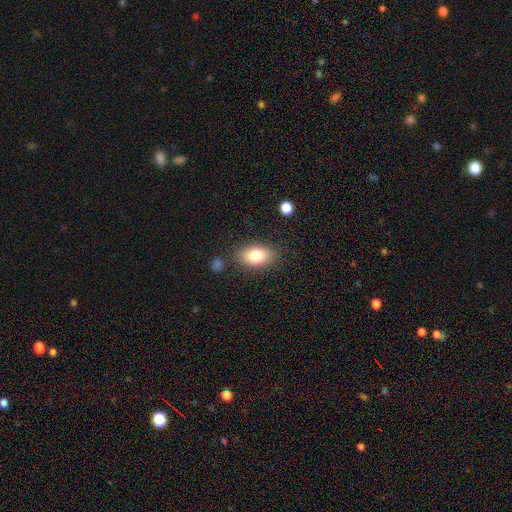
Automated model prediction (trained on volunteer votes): Q: Smooth or featured?
A: smooth (80%); runner-up: featured or disk (12%)
Q: How rounded?
A: in between (88%); runner-up: round (9%)
Q: Merging?
A: none (82%); runner-up: minor disturbance (11%)